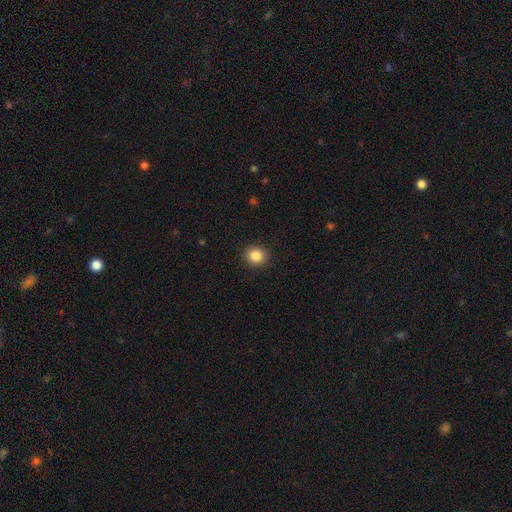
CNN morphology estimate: smooth_or_featured: smooth (p=0.86) [alt: star or artifact p=0.10]
how_rounded: round (p=0.78) [alt: in between p=0.21]
merging: none (p=0.91) [alt: minor disturbance p=0.06]